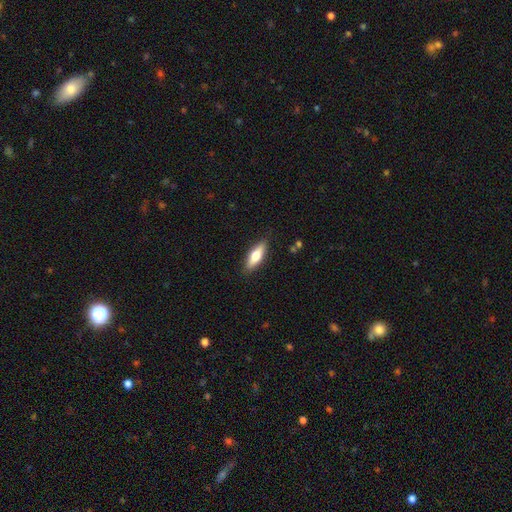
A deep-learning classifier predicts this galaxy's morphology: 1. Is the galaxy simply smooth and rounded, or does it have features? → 63% smooth, 31% featured or disk, 6% star or artifact.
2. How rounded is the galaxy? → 55% in between, 43% cigar-shaped, 2% round.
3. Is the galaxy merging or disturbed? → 87% none, 10% minor disturbance, 2% major disturbance, 1% merger.